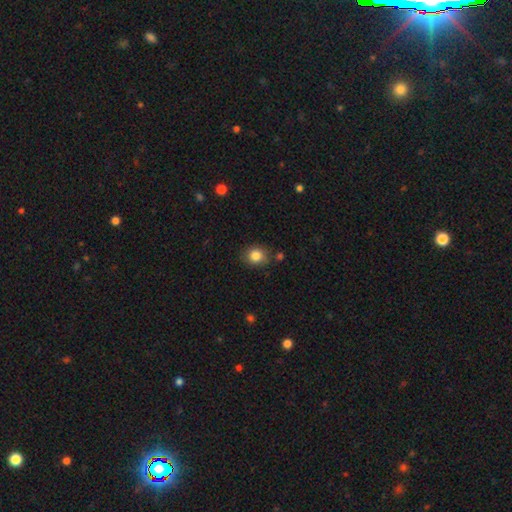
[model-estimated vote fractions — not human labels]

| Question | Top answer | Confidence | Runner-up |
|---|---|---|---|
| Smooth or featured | smooth | 84% | star or artifact (10%) |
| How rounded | round | 71% | in between (28%) |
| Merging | none | 81% | minor disturbance (13%) |